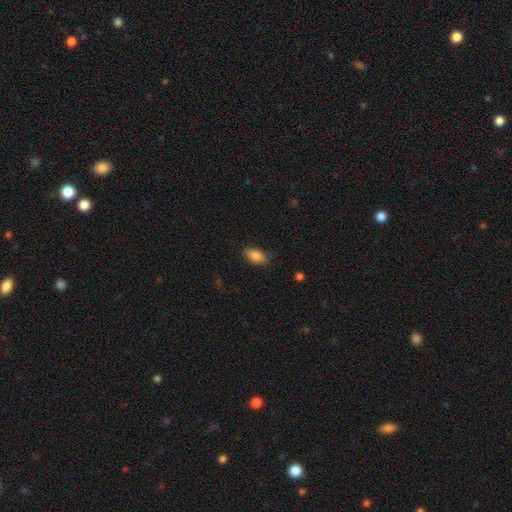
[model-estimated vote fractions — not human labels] Smooth or featured?
  - smooth: 85% *
  - featured or disk: 8%
  - star or artifact: 8%
How rounded?
  - in between: 89% *
  - cigar-shaped: 7%
  - round: 4%
Merging?
  - none: 81% *
  - minor disturbance: 15%
  - major disturbance: 3%
  - merger: 1%